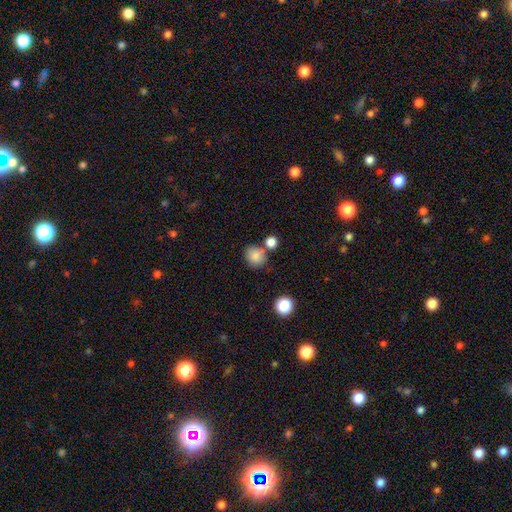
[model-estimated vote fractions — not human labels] A smooth galaxy with no disk features (83%) that is round (74%). Merging: none (67%).